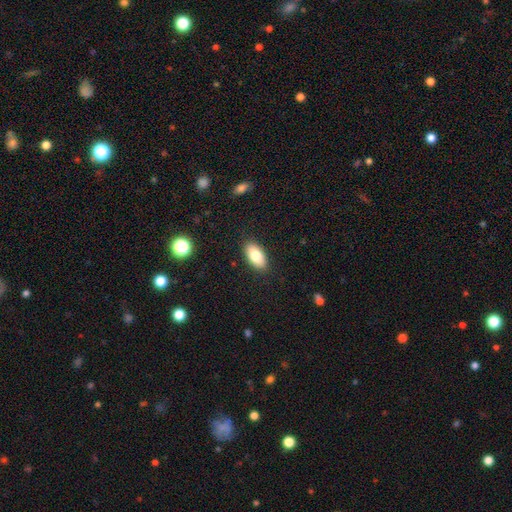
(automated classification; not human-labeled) This is likely a smooth galaxy (80%). How rounded: clearly in between (93%). Merging: clearly none (88%).